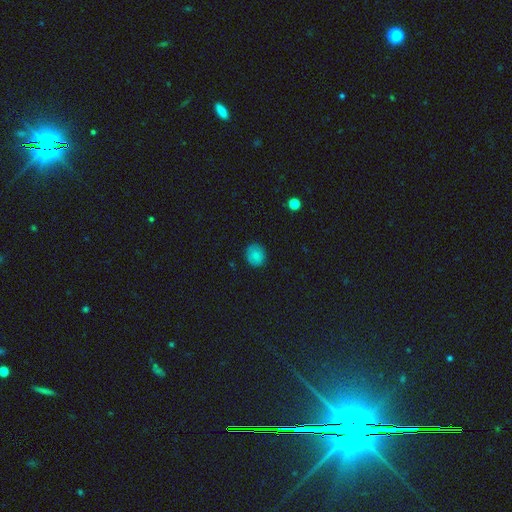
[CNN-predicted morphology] This is clearly a smooth galaxy (83%). How rounded: likely round (79%). Merging: clearly none (86%).